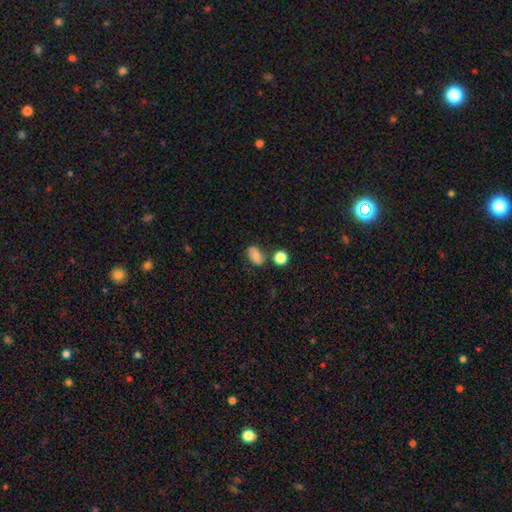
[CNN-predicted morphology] A smooth galaxy with no disk features (76%) that is in between round and cigar-shaped (84%). Merging: none (68%).